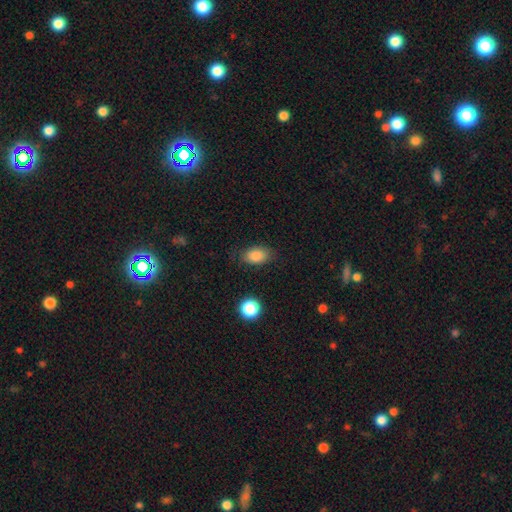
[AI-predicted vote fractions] smooth 85%, star or artifact 9%, featured or disk 6%. Down the decision tree: how rounded — in between (87%); merging — none (80%).